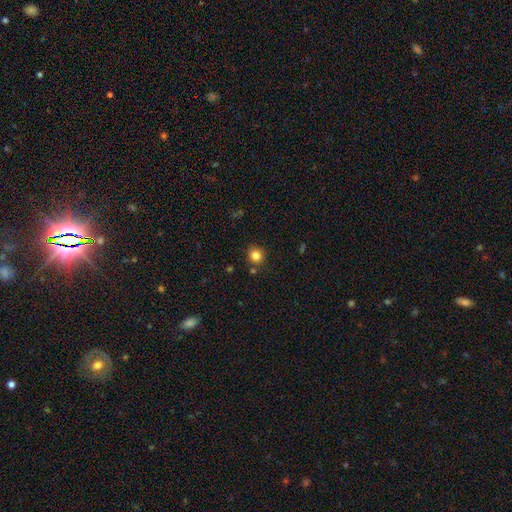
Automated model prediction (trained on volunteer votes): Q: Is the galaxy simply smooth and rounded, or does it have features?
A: smooth — 83%.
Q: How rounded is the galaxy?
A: round — 87%.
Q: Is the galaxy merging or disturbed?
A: none — 84%.